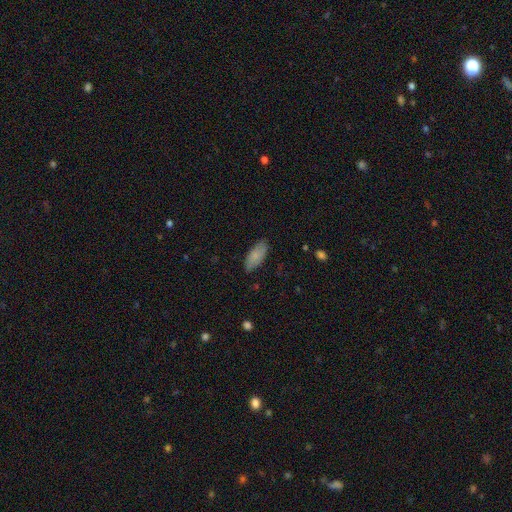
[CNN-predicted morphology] Q: Smooth or featured?
A: smooth (83%); runner-up: featured or disk (11%)
Q: How rounded?
A: in between (84%); runner-up: cigar-shaped (14%)
Q: Merging?
A: none (83%); runner-up: minor disturbance (14%)